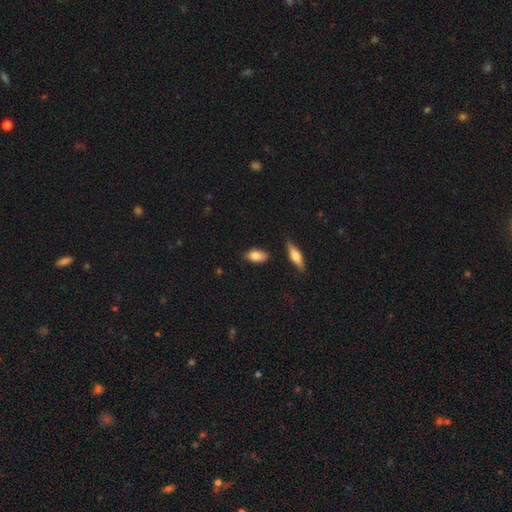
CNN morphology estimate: This is clearly a smooth galaxy (81%). How rounded: clearly in between (87%). Merging: clearly none (81%).